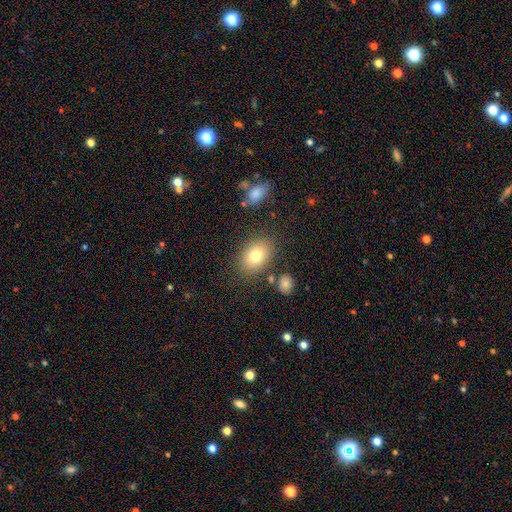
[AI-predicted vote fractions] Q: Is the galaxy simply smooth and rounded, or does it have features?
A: smooth — 77%.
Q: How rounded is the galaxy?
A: in between — 73%.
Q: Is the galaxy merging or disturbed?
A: none — 81%.